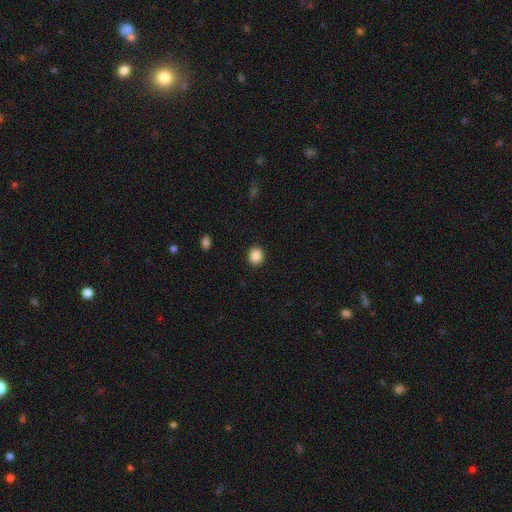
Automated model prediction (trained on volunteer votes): The model was most divided on "how rounded": round: 81%, in between: 18%, cigar-shaped: 1%. More confident: merging — none (91%); smooth or featured — smooth (88%).